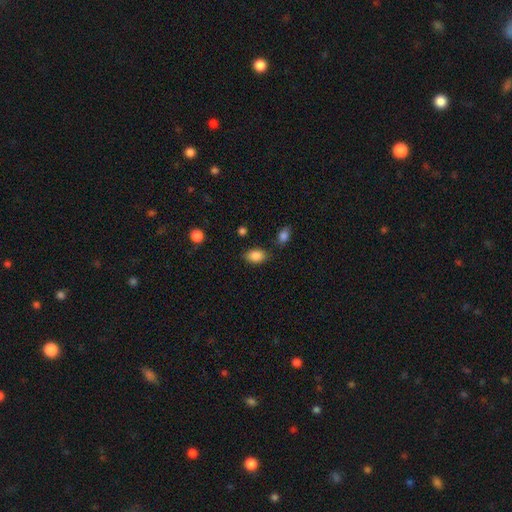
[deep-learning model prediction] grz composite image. It shows a smooth galaxy with no disk features (86%) that is in between round and cigar-shaped (86%). Merging: none (77%).